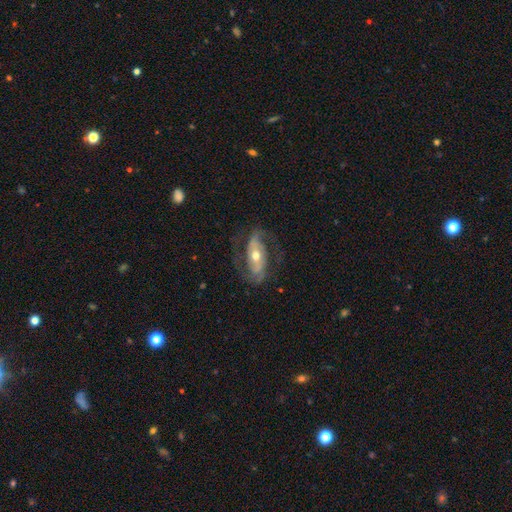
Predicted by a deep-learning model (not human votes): Overall: featured or disk (86%). Edge-on disk: no (95%). Bar: no (37%; strong 32%). Spiral arms: yes (94%). Spiral arm count: 2 (89%). Spiral winding: medium (51%; loose 27%). Bulge size: moderate (68%). Merging: none (72%).